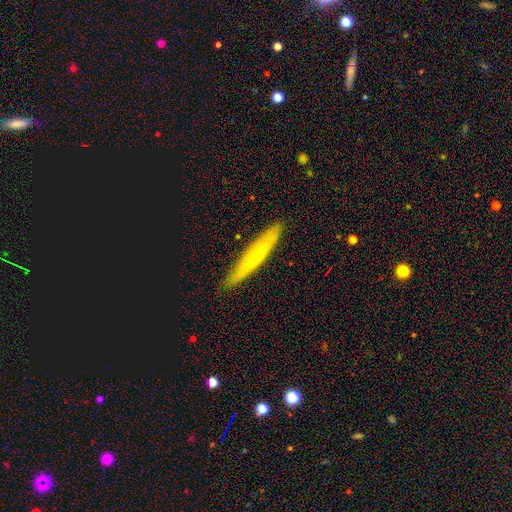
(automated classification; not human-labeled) This is possibly a smooth galaxy (53%). How rounded: clearly cigar-shaped (93%). Merging: clearly none (89%).